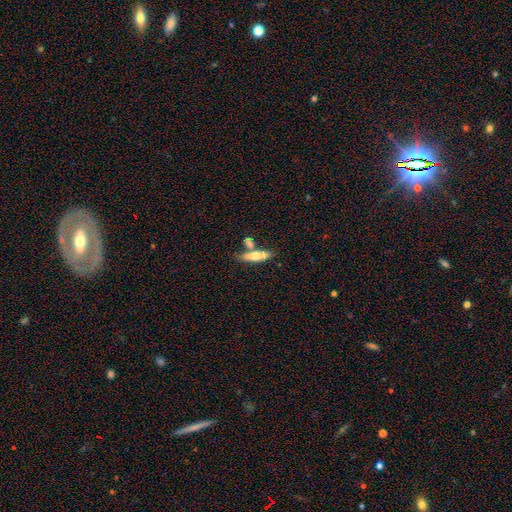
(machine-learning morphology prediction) type=smooth (64%); roundness=cigar-shaped (70%); merging=none (57%).